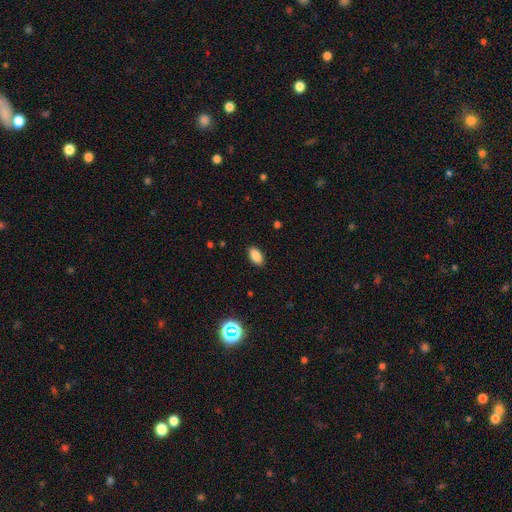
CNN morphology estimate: A smooth galaxy with no disk features (87%) that is in between round and cigar-shaped (92%).

Vote fractions:
- Smooth or featured? smooth: 87% / star or artifact: 9% / featured or disk: 4%
- How rounded? in between: 92% / cigar-shaped: 4% / round: 3%
- Merging? none: 89% / minor disturbance: 8% / major disturbance: 2% / merger: 1%